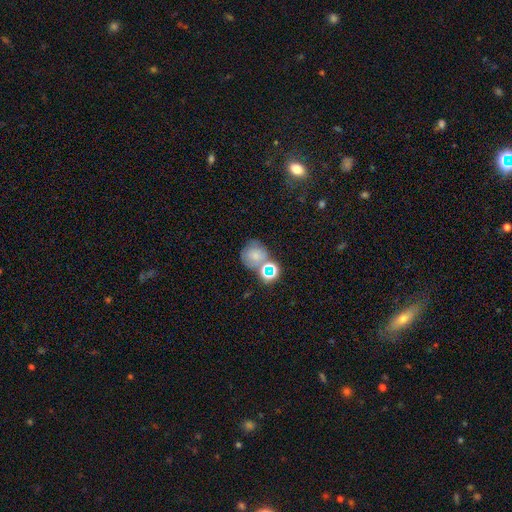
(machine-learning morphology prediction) A smooth galaxy with no disk features (64%) that is round (76%). Merging: none (45%).